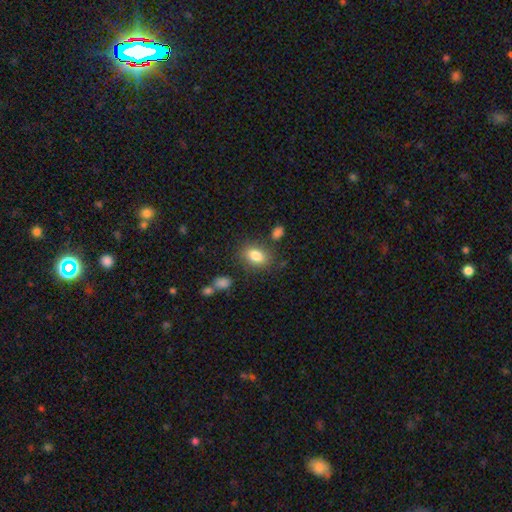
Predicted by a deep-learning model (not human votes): Morphology: type=smooth (83%); roundness=in between (81%); merging=none (79%).